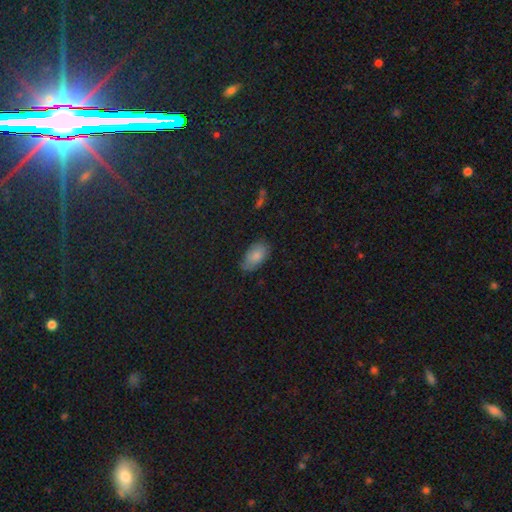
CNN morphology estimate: Smooth or featured?
  - smooth: 80% *
  - featured or disk: 11%
  - star or artifact: 9%
How rounded?
  - in between: 93% *
  - round: 5%
  - cigar-shaped: 2%
Merging?
  - none: 67% *
  - minor disturbance: 26%
  - major disturbance: 6%
  - merger: 2%